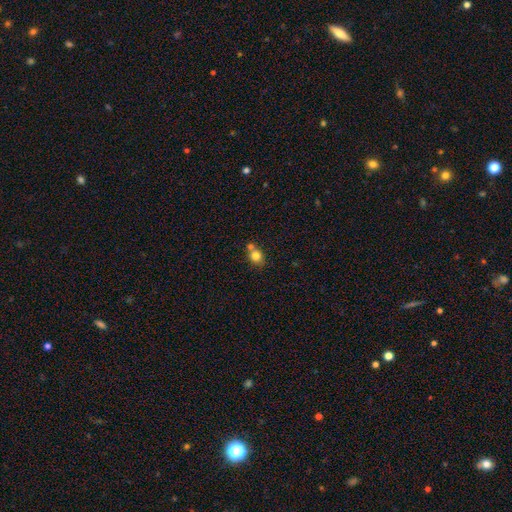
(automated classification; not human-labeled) smooth 80%, star or artifact 11%, featured or disk 10%. Down the decision tree: how rounded — round (70%); merging — none (48%).